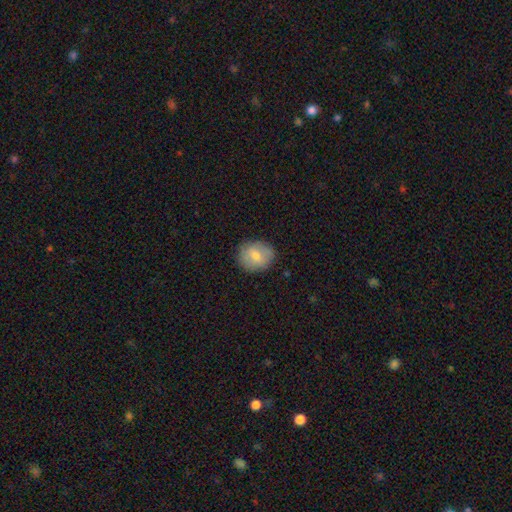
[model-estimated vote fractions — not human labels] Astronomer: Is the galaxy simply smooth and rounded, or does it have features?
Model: smooth — 72%.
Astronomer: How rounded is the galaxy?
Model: round — 68%.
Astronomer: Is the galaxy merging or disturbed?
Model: none — 83%.